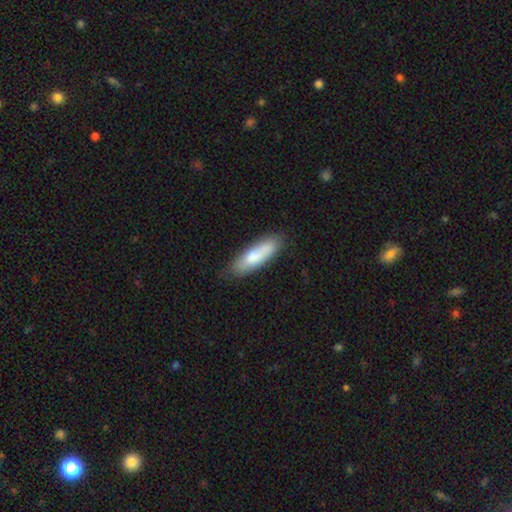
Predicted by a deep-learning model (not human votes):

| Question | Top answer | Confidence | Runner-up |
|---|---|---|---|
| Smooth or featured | smooth | 78% | featured or disk (16%) |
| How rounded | cigar-shaped | 60% | in between (39%) |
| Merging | none | 78% | minor disturbance (17%) |